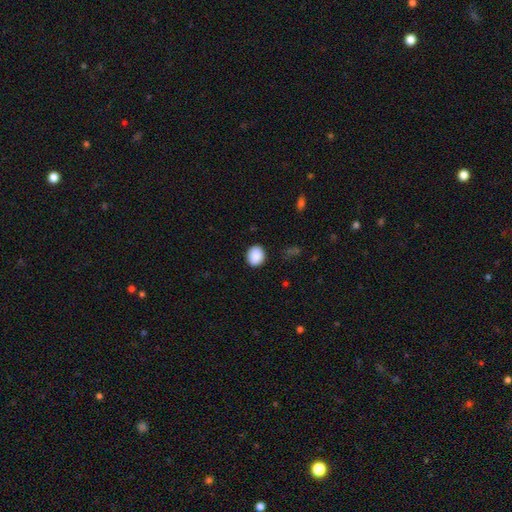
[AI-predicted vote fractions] The model was most divided on "how rounded": round: 63%, in between: 36%, cigar-shaped: 1%. More confident: smooth or featured — smooth (90%); merging — none (89%).